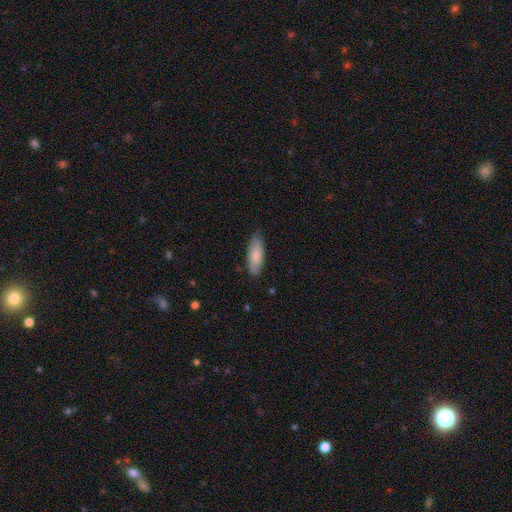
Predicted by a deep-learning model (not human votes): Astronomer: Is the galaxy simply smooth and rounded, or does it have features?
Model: smooth — 79%.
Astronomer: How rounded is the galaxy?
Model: in between — 72%.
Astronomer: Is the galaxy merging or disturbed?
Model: none — 78%.